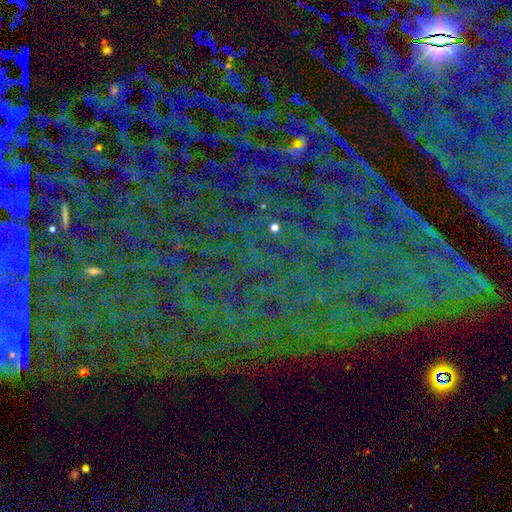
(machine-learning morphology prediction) star or artifact 78%, smooth 14%, featured or disk 8%.